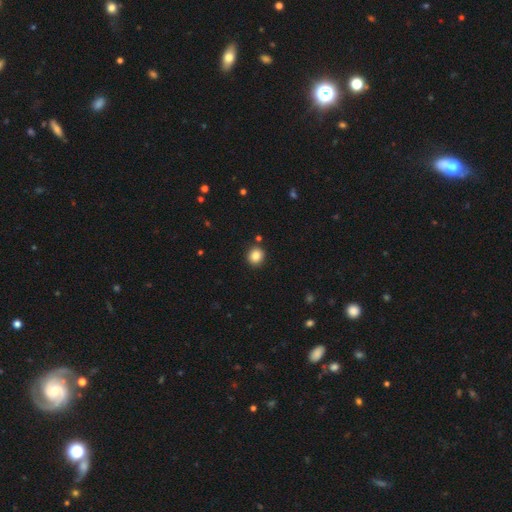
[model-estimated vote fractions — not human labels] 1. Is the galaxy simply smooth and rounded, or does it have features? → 85% smooth, 10% star or artifact, 5% featured or disk.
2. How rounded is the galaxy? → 84% round, 16% in between, 1% cigar-shaped.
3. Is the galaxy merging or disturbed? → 89% none, 6% minor disturbance, 3% merger, 2% major disturbance.